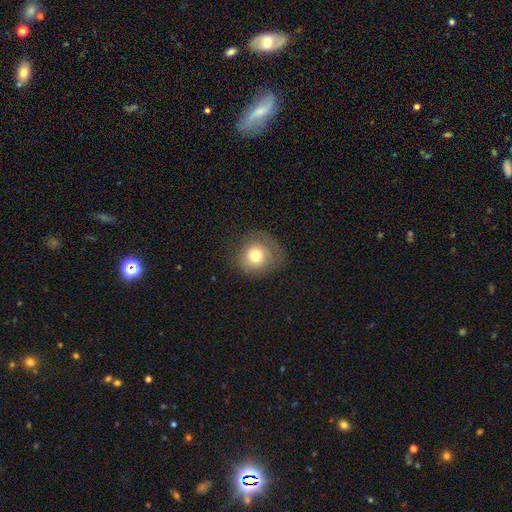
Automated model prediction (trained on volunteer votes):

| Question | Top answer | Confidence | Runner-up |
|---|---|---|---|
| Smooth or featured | smooth | 70% | featured or disk (20%) |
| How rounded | round | 88% | in between (11%) |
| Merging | none | 69% | minor disturbance (19%) |